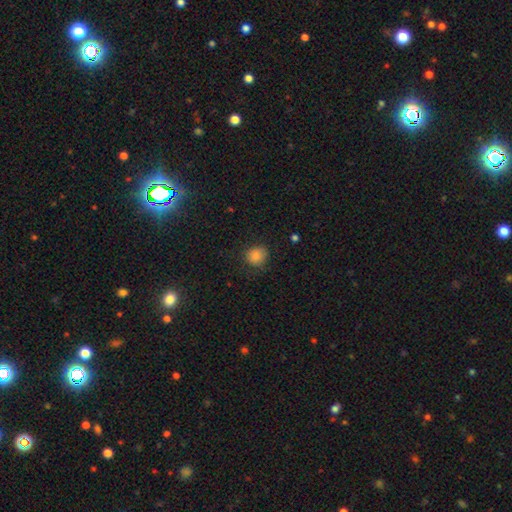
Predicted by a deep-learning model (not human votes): A smooth galaxy with no disk features (80%) that is round (81%).

Vote fractions:
- Smooth or featured? smooth: 80% / star or artifact: 13% / featured or disk: 7%
- How rounded? round: 81% / in between: 18% / cigar-shaped: 1%
- Merging? none: 78% / minor disturbance: 16% / major disturbance: 4% / merger: 1%